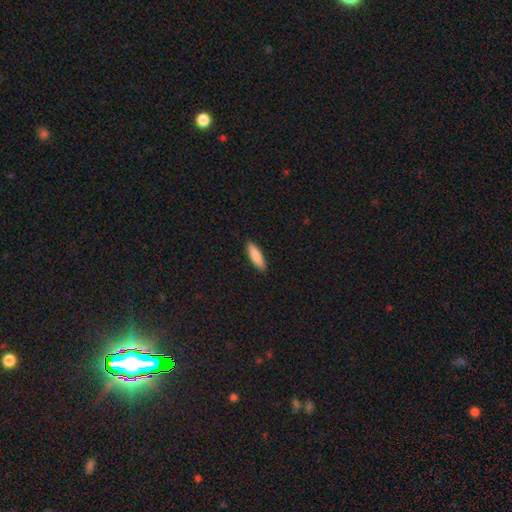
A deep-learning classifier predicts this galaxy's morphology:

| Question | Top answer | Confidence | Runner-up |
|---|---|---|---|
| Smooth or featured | smooth | 85% | featured or disk (9%) |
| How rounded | cigar-shaped | 65% | in between (34%) |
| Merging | none | 90% | minor disturbance (7%) |